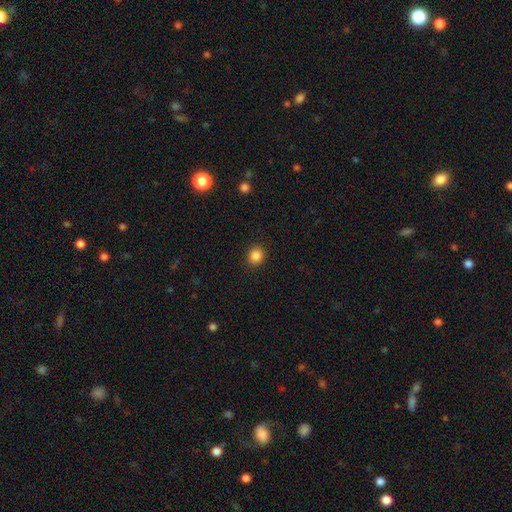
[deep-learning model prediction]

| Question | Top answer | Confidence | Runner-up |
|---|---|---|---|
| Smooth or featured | smooth | 86% | star or artifact (11%) |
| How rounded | round | 83% | in between (16%) |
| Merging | none | 91% | minor disturbance (6%) |